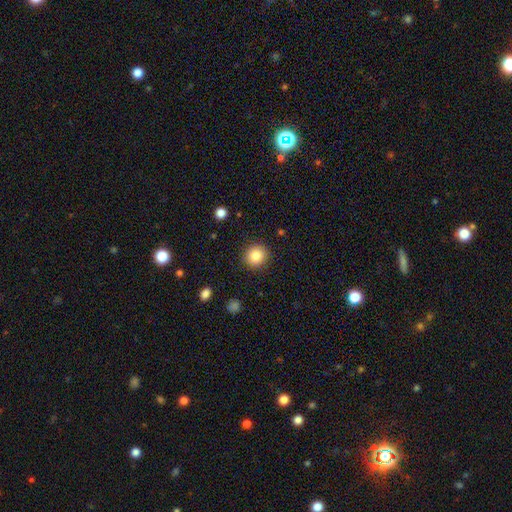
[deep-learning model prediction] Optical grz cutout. It shows a smooth galaxy with no disk features (85%) that is round (89%). Merging: none (89%).